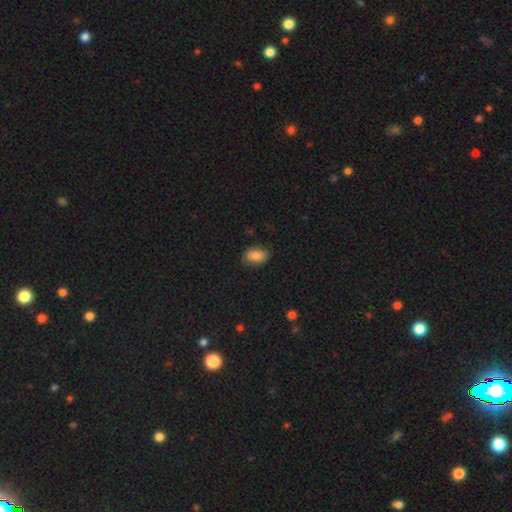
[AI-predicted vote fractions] Smooth or featured?
  - smooth: 85% *
  - star or artifact: 8%
  - featured or disk: 7%
How rounded?
  - in between: 88% *
  - round: 10%
  - cigar-shaped: 2%
Merging?
  - none: 77% *
  - minor disturbance: 18%
  - major disturbance: 4%
  - merger: 1%